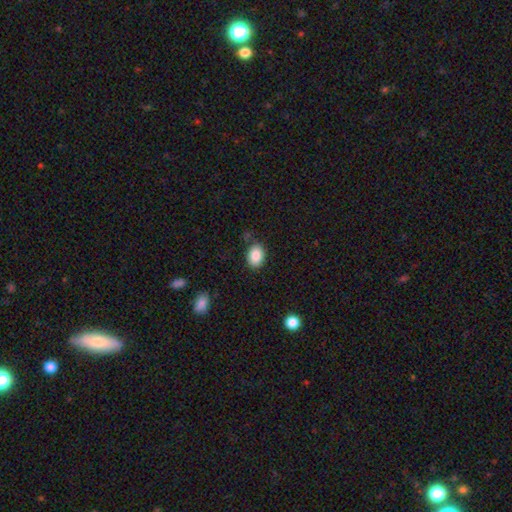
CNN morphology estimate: Smooth or featured: smooth — 87% (star or artifact — 8%)
How rounded: in between — 76% (round — 23%)
Merging: none — 80% (minor disturbance — 13%)